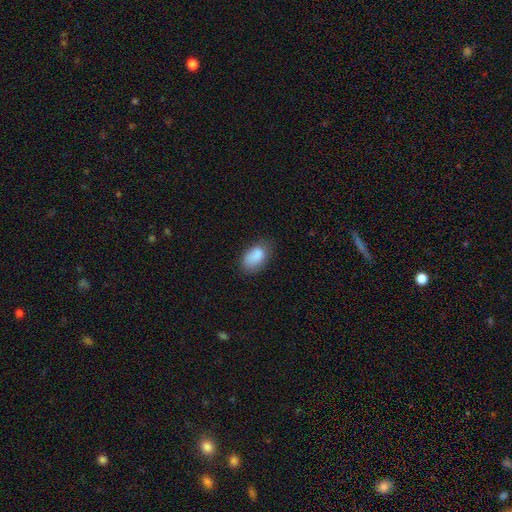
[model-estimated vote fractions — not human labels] Overall: smooth (85%). How rounded: in between (90%). Merging: none (62%; minor disturbance 27%).